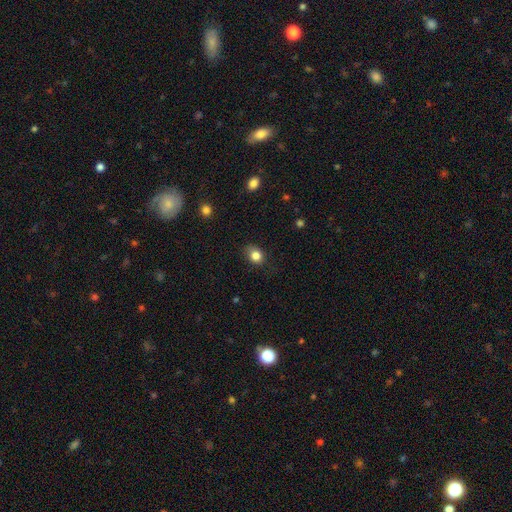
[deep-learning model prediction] Smooth or featured? smooth (83%)
How rounded? round (53%)
Merging? none (75%)